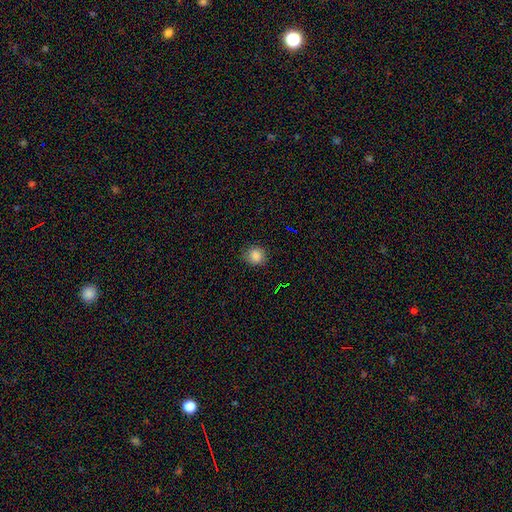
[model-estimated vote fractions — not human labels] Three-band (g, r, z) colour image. It shows a smooth galaxy with no disk features (83%) that is round (76%). Merging: none (82%).